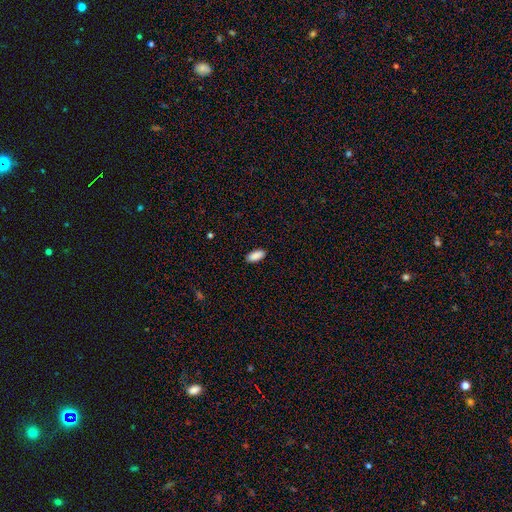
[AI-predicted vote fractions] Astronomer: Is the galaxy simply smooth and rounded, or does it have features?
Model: smooth — 90%.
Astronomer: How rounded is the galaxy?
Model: in between — 87%.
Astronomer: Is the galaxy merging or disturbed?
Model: none — 89%.